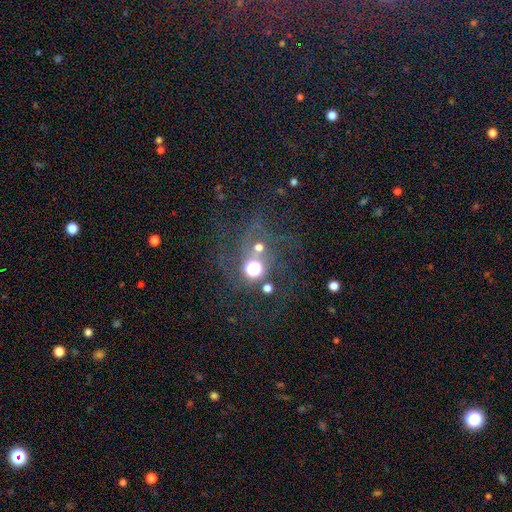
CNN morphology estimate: smooth-or-featured: star or artifact: 45% | featured or disk: 30% | smooth: 25%